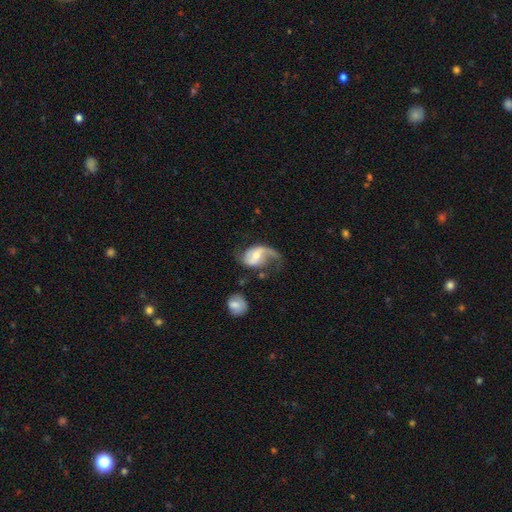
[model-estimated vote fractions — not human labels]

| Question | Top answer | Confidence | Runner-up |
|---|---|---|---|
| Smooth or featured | featured or disk | 73% | smooth (20%) |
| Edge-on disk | no | 97% | yes (3%) |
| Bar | weak | 44% | no (37%) |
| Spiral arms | yes | 89% | no (11%) |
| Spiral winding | loose | 62% | medium (29%) |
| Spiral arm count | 2 | 55% | 1 (38%) |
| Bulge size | moderate | 59% | small (32%) |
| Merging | major disturbance | 36% | none (33%) |